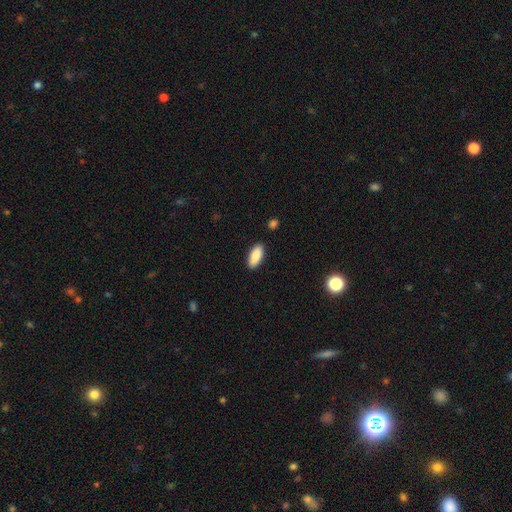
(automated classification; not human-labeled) This appears to be a smooth galaxy with no disk features (88%) that is in between round and cigar-shaped (83%). Merging: none (88%).